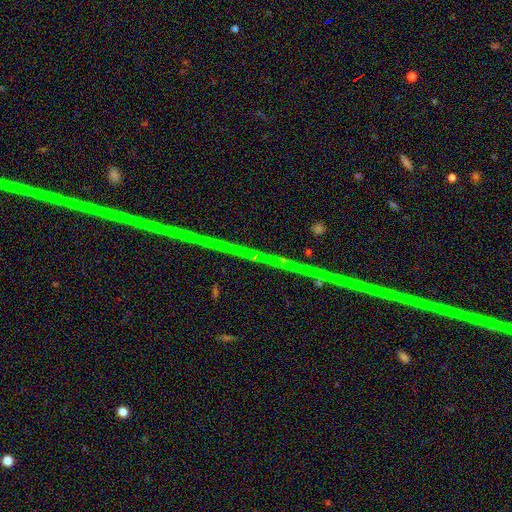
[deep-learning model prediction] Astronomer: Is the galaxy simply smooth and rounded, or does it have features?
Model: star or artifact — 70%.